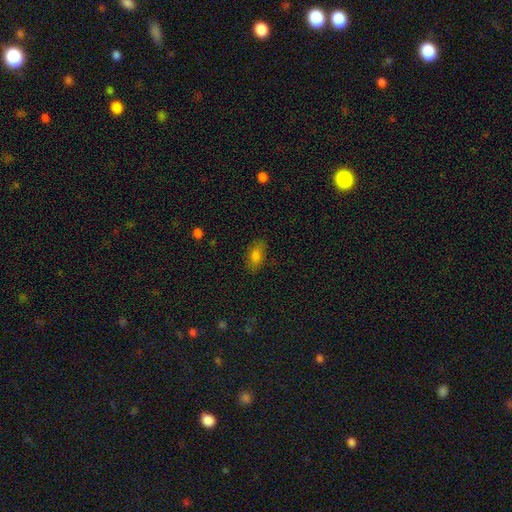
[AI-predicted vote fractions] A smooth galaxy with no disk features (78%) that is in between round and cigar-shaped (88%). Merging: none (82%).